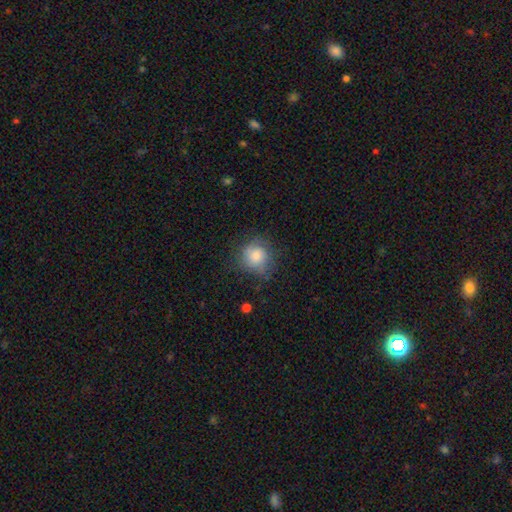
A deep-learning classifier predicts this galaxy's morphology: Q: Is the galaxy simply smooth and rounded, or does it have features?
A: smooth — 76%.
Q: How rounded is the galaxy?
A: round — 85%.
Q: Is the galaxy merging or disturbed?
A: none — 67%.